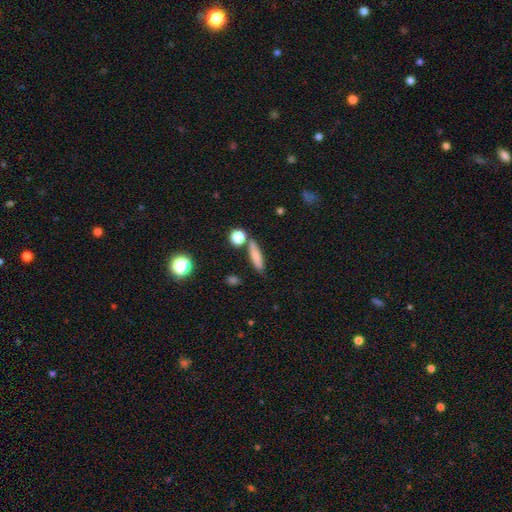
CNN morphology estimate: smooth_or_featured: smooth (p=0.77) [alt: featured or disk p=0.14]
how_rounded: cigar-shaped (p=0.69) [alt: in between p=0.23]
merging: none (p=0.74) [alt: minor disturbance p=0.12]